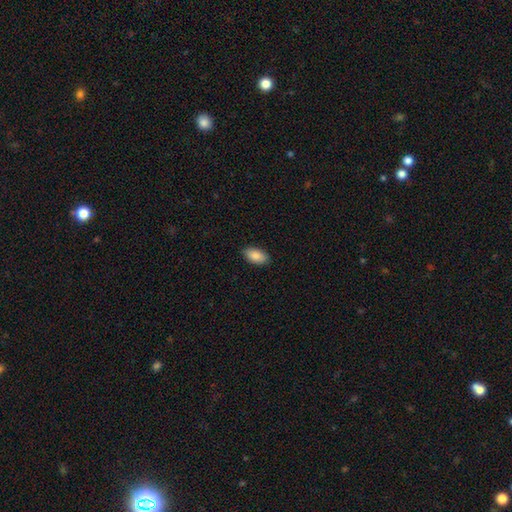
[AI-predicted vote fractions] Q: Smooth or featured?
A: smooth (88%); runner-up: star or artifact (7%)
Q: How rounded?
A: in between (94%); runner-up: round (3%)
Q: Merging?
A: none (89%); runner-up: minor disturbance (8%)